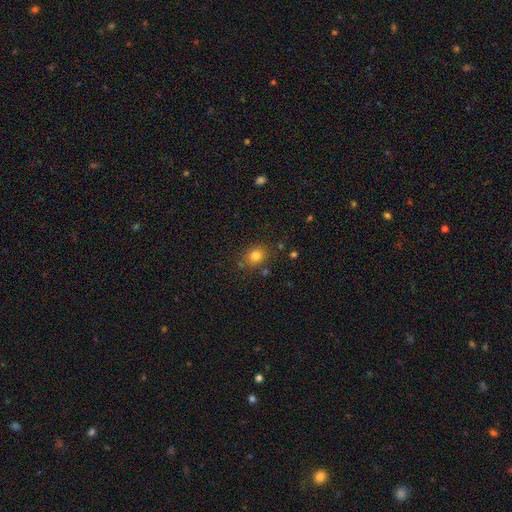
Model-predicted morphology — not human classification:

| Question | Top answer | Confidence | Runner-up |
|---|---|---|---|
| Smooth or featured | smooth | 81% | star or artifact (13%) |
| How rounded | round | 62% | in between (37%) |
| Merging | none | 77% | minor disturbance (14%) |